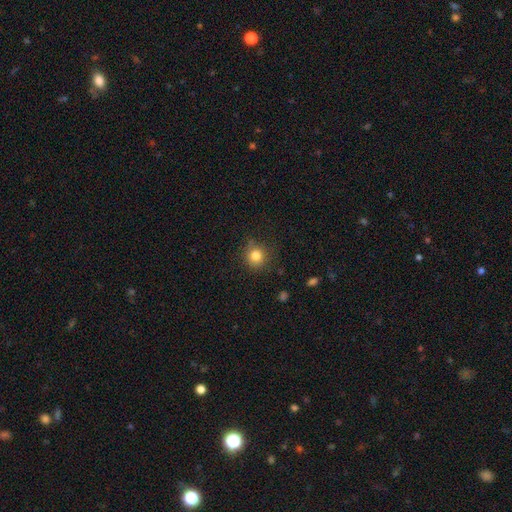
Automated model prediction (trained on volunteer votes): Morphology: type=smooth (82%); roundness=round (91%); merging=none (80%).